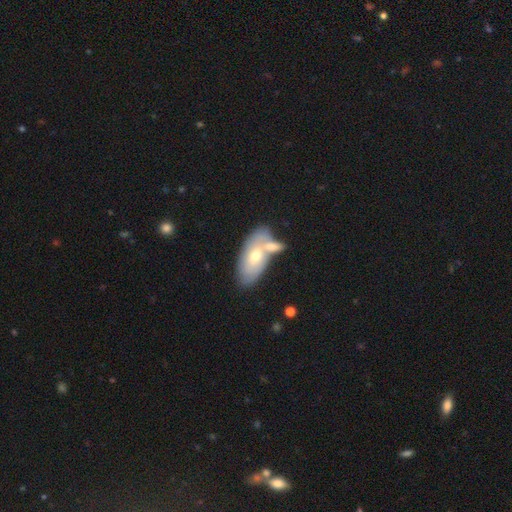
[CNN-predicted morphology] smooth-or-featured: smooth: 58% | featured or disk: 37% | star or artifact: 6%
  how-rounded: in between: 90% | cigar-shaped: 7% | round: 3%
  merging: merger: 43% | none: 39% | minor disturbance: 13% | major disturbance: 5%